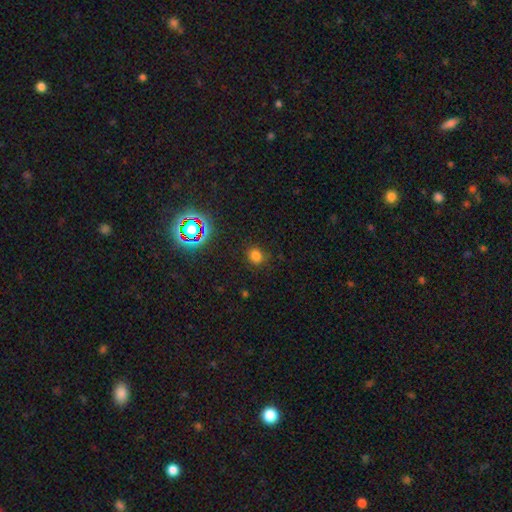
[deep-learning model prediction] Overall: smooth (73%). How rounded: round (78%). Merging: none (84%).